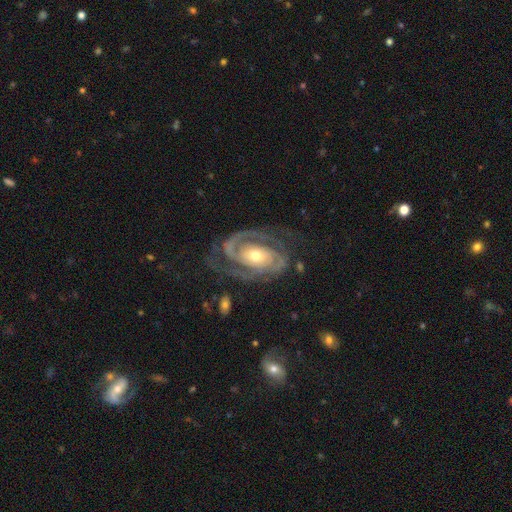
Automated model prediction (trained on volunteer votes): featured or disk 92%, star or artifact 4%, smooth 4%. Down the decision tree: edge-on disk — no (97%); bar — no (64%); spiral arms — yes (98%); spiral arm count — 2 (81%); spiral winding — tight (60%); bulge size — moderate (63%); merging — none (71%).